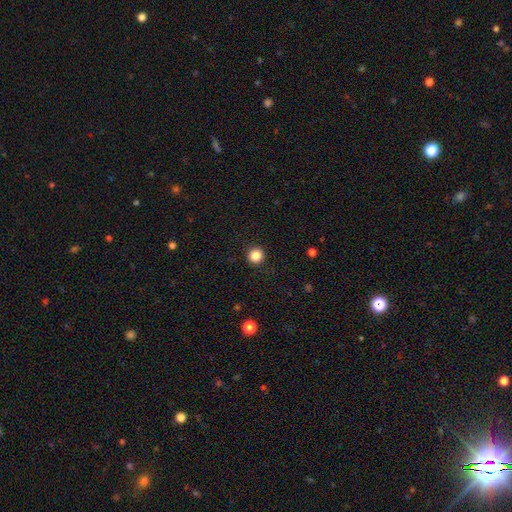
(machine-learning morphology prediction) Overall: smooth (85%). How rounded: round (94%). Merging: none (93%).